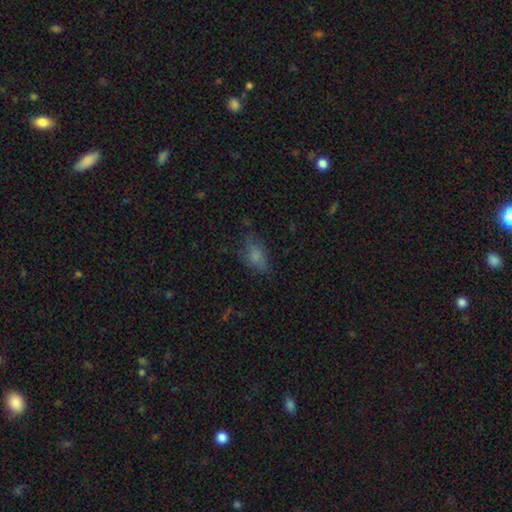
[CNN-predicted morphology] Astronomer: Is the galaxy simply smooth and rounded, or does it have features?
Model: smooth — 72%.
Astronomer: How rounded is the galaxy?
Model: in between — 84%.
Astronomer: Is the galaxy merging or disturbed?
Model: none — 61%.